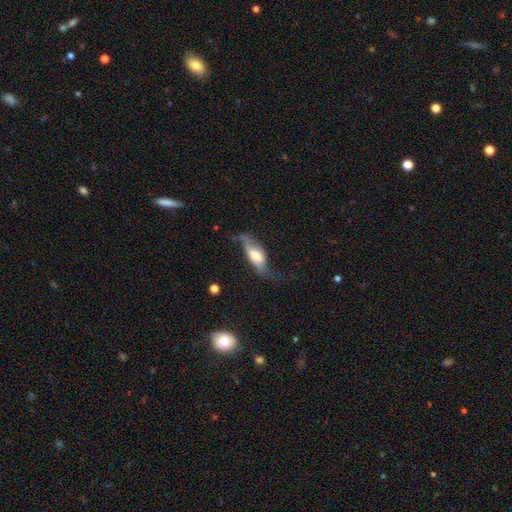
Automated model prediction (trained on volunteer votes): This appears to be a featured or disk galaxy (50%). Merging: none (40%).